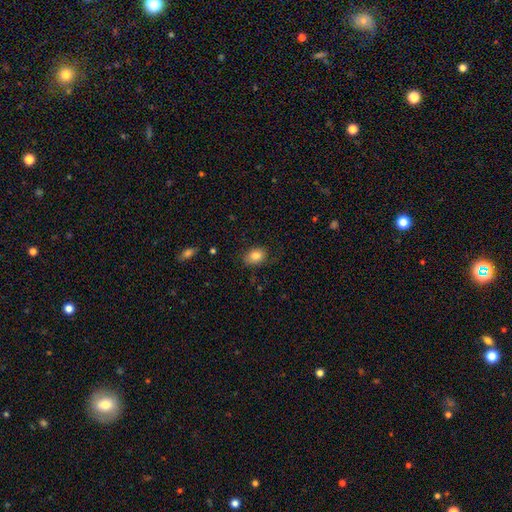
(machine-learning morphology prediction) smooth 82%, featured or disk 9%, star or artifact 9%. Down the decision tree: how rounded — in between (71%); merging — none (76%).